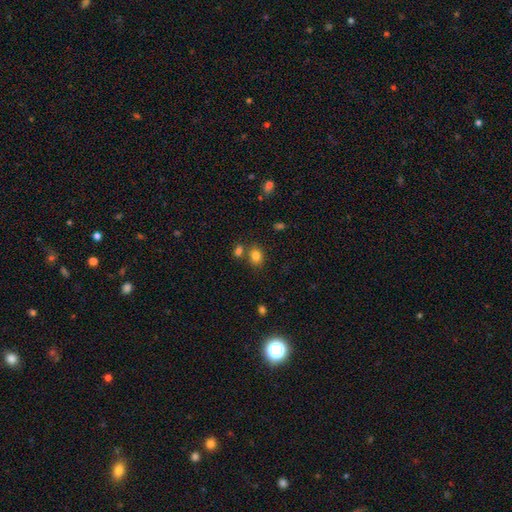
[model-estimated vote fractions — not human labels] Smooth or featured?
  - smooth: 82% *
  - star or artifact: 12%
  - featured or disk: 7%
How rounded?
  - in between: 53% *
  - round: 46%
  - cigar-shaped: 1%
Merging?
  - none: 67% *
  - merger: 17%
  - minor disturbance: 12%
  - major disturbance: 4%